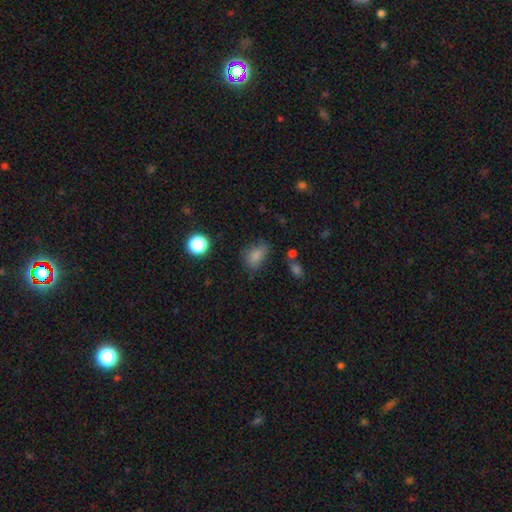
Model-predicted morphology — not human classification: Smooth or featured? Predicted: smooth (p=0.77). How rounded? Predicted: in between (p=0.80). Merging? Predicted: none (p=0.59).